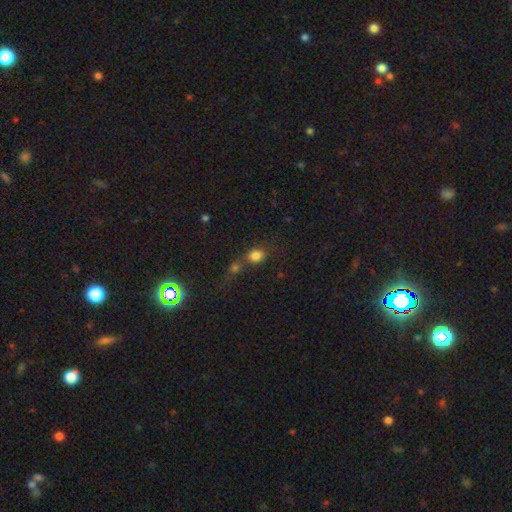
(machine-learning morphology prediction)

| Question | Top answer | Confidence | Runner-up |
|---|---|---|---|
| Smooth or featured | smooth | 79% | star or artifact (13%) |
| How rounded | in between | 53% | round (45%) |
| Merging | merger | 46% | none (38%) |